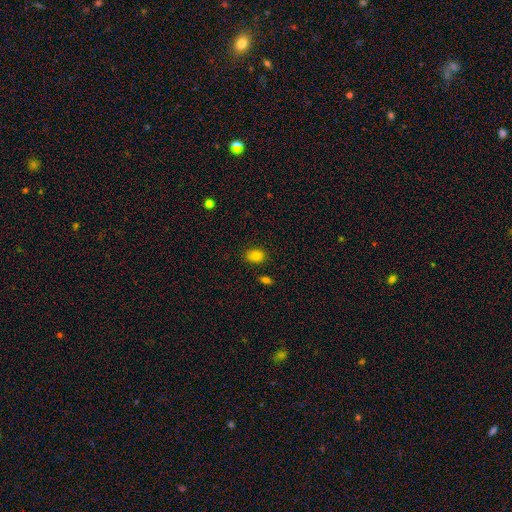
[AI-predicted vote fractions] Overall: smooth (82%). How rounded: in between (60%; round 39%). Merging: none (85%).